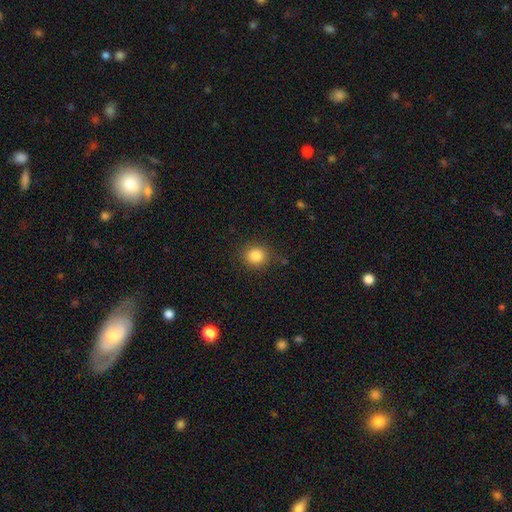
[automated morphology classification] A smooth galaxy with no disk features (84%) that is round (85%).

Vote fractions:
- Smooth or featured? smooth: 84% / star or artifact: 11% / featured or disk: 5%
- How rounded? round: 85% / in between: 14% / cigar-shaped: 1%
- Merging? none: 85% / minor disturbance: 10% / major disturbance: 3% / merger: 2%